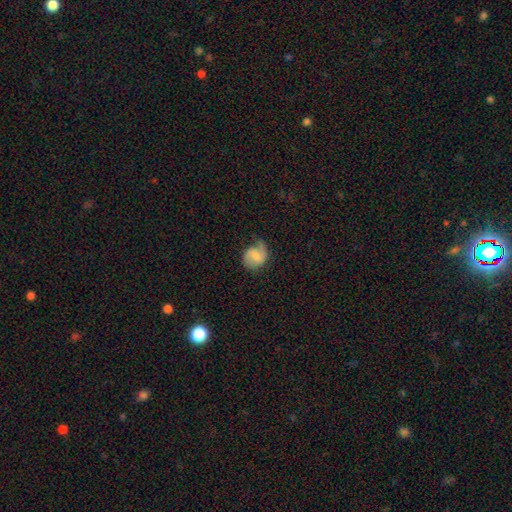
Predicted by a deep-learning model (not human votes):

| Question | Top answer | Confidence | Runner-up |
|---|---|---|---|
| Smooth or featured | featured or disk | 52% | smooth (41%) |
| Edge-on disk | no | 98% | yes (2%) |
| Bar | weak | 49% | no (38%) |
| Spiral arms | yes | 89% | no (11%) |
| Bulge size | small | 45% | moderate (36%) |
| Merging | none | 52% | minor disturbance (30%) |